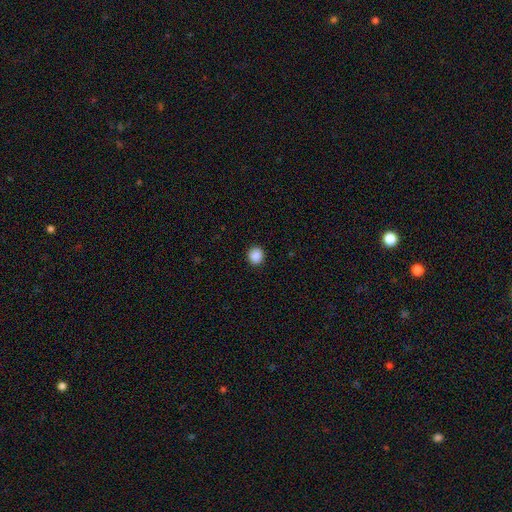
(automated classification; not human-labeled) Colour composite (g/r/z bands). It shows a smooth galaxy with no disk features (89%) that is round (86%). Merging: none (91%).